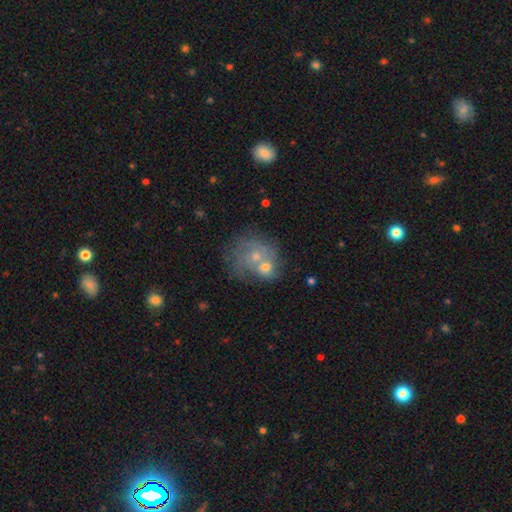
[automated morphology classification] Smooth or featured? Predicted: featured or disk (p=0.58). Edge-on disk? Predicted: no (p=0.98). Bar? Predicted: no (p=0.82). Spiral arms? Predicted: yes (p=0.69). Bulge size? Predicted: small (p=0.49). Merging? Predicted: merger (p=0.52).